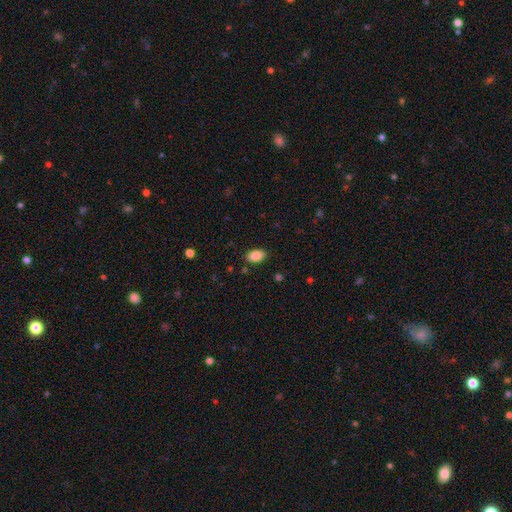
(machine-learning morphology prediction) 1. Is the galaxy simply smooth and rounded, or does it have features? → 89% smooth, 8% star or artifact, 4% featured or disk.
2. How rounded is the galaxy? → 92% in between, 7% round, 2% cigar-shaped.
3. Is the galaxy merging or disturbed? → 86% none, 10% minor disturbance, 3% major disturbance, 1% merger.